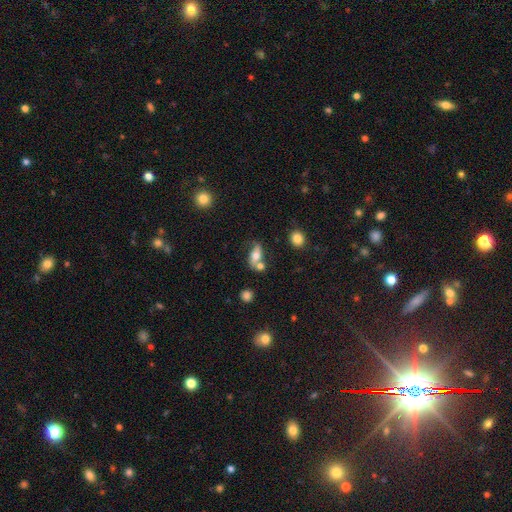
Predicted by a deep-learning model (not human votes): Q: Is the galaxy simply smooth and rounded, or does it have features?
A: smooth — 51%.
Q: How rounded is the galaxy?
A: in between — 75%.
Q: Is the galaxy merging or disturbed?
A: none — 45%.